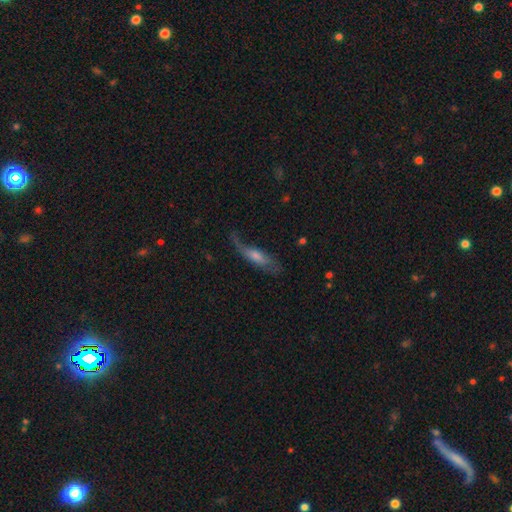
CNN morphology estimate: Overall: featured or disk (51%; smooth 41%). Edge-on disk: no (62%; yes 38%). Merging: none (47%; minor disturbance 26%).